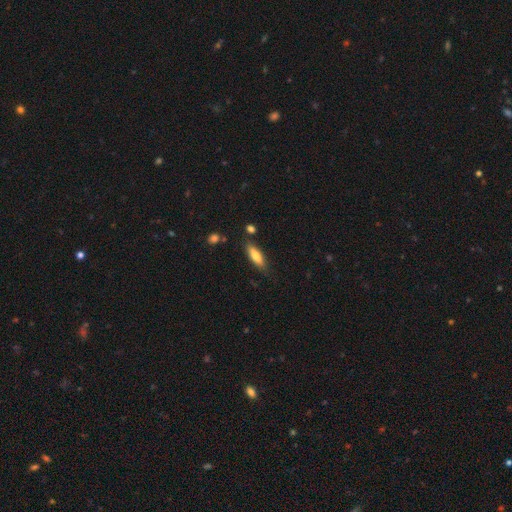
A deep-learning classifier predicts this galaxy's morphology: Smooth or featured? smooth (76%)
How rounded? cigar-shaped (50%)
Merging? none (79%)